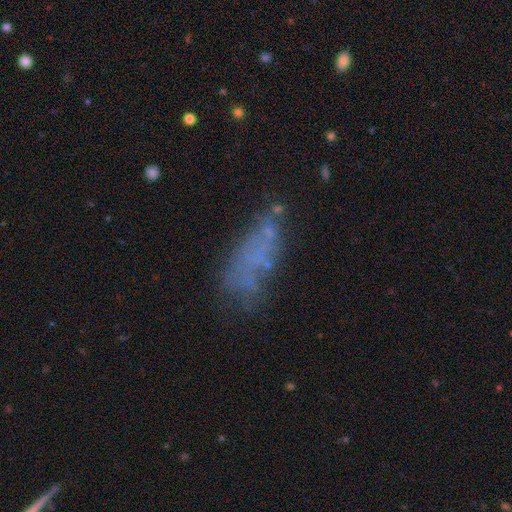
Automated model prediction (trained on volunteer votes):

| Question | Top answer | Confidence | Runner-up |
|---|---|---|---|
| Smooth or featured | smooth | 44% | featured or disk (37%) |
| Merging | none | 50% | minor disturbance (21%) |